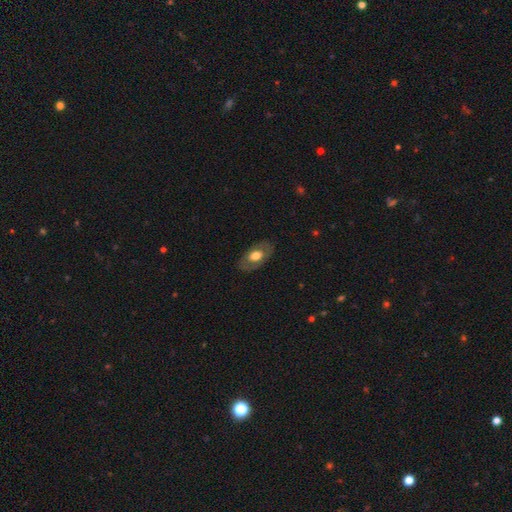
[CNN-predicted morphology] Q: Smooth or featured?
A: smooth (52%); runner-up: featured or disk (43%)
Q: How rounded?
A: in between (89%); runner-up: round (9%)
Q: Merging?
A: none (81%); runner-up: minor disturbance (14%)